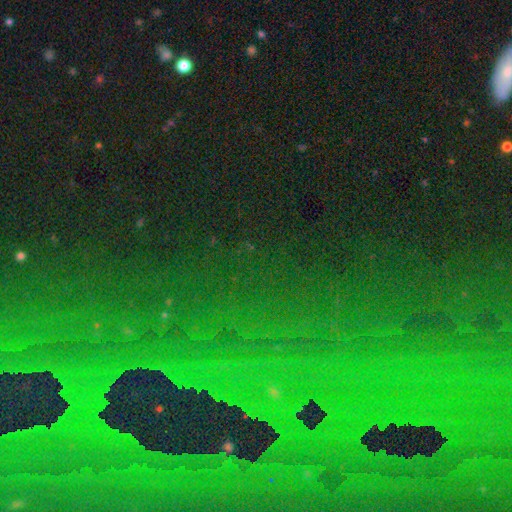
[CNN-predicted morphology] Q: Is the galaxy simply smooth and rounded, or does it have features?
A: star or artifact — 76%.